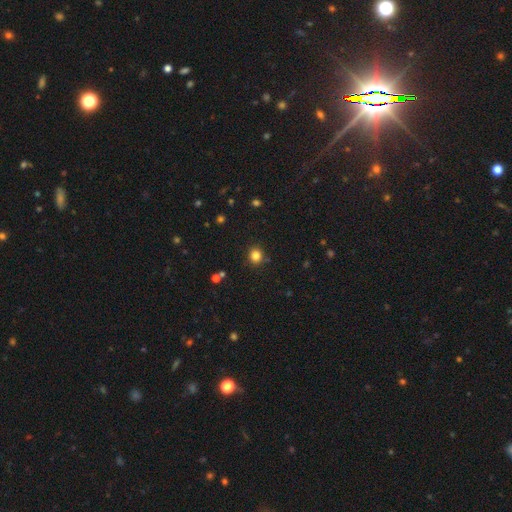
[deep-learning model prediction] This is clearly a smooth galaxy (81%). How rounded: clearly round (88%). Merging: clearly none (89%).